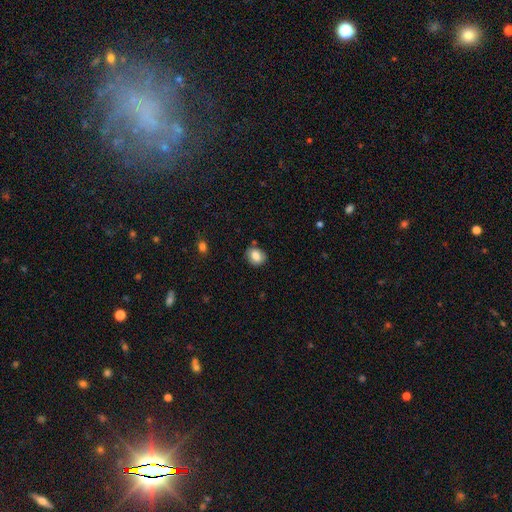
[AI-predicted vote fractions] smooth-or-featured: smooth: 80% | featured or disk: 11% | star or artifact: 9%
  how-rounded: in between: 53% | round: 46% | cigar-shaped: 1%
  merging: none: 79% | minor disturbance: 14% | major disturbance: 3% | merger: 3%